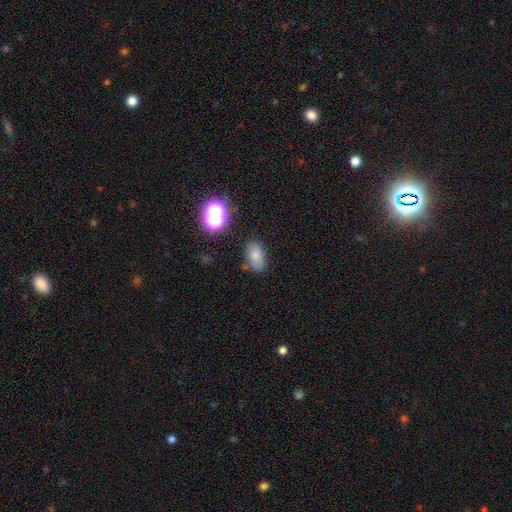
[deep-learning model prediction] smooth_or_featured: smooth (p=0.73) [alt: star or artifact p=0.14]
how_rounded: in between (p=0.89) [alt: round p=0.08]
merging: none (p=0.76) [alt: minor disturbance p=0.16]